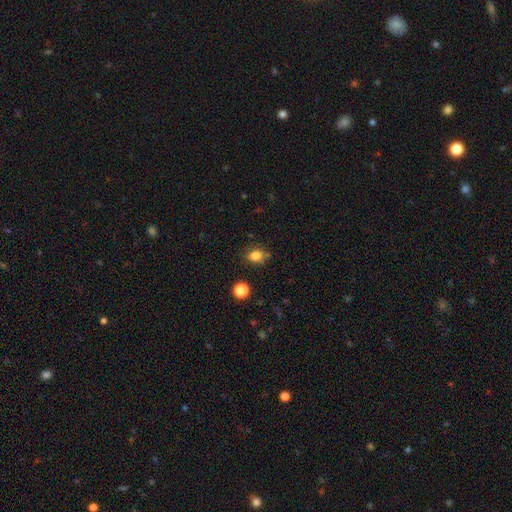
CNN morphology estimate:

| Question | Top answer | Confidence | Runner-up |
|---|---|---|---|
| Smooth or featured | smooth | 80% | star or artifact (13%) |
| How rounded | round | 54% | in between (45%) |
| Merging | none | 75% | minor disturbance (15%) |